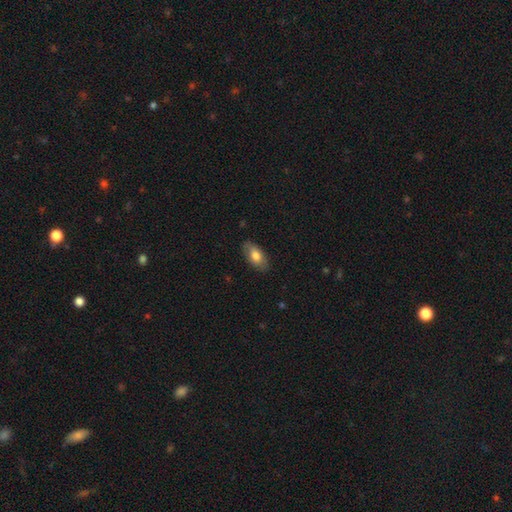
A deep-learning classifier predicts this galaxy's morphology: The model was most divided on "smooth or featured": smooth: 77%, featured or disk: 17%, star or artifact: 6%. More confident: how rounded — in between (92%); merging — none (83%).